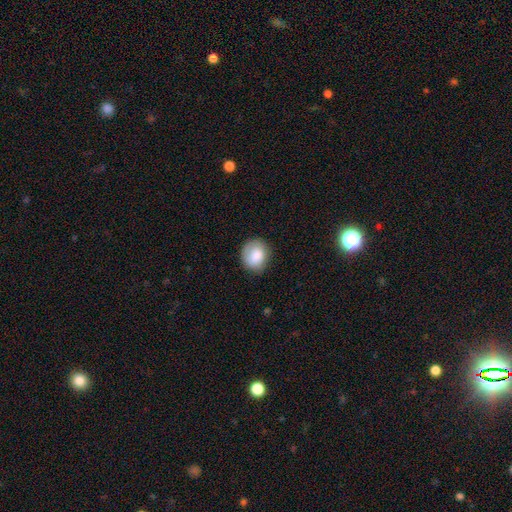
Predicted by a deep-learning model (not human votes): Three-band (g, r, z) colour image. It shows a smooth galaxy with no disk features (83%) that is round (70%). Merging: none (78%).